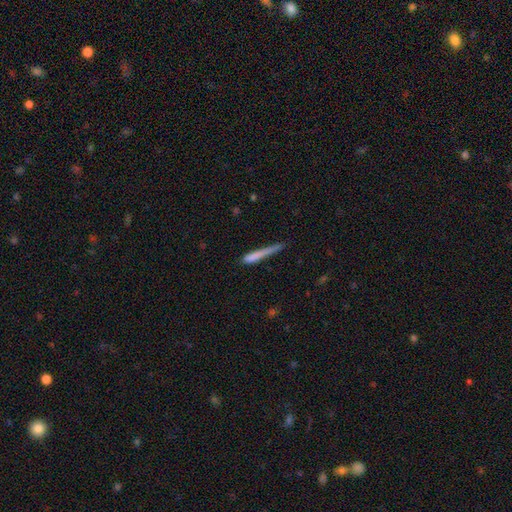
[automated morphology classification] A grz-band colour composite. It shows a smooth galaxy with no disk features (73%) that is cigar-shaped (94%). Merging: none (54%).